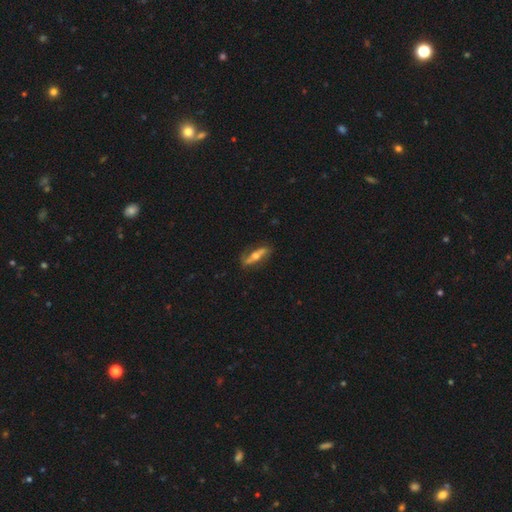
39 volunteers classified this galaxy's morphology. This is likely a featured or disk galaxy (77%). It is likely viewed edge-on (73%). Edge-on bulge: clearly rounded (100%). Merging: clearly none (81%).